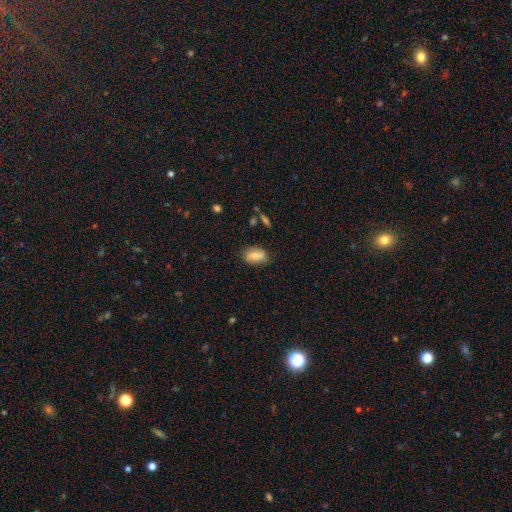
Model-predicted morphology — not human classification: Smooth or featured?
  - smooth: 68% *
  - featured or disk: 24%
  - star or artifact: 8%
How rounded?
  - in between: 87% *
  - round: 11%
  - cigar-shaped: 3%
Merging?
  - none: 74% *
  - minor disturbance: 19%
  - major disturbance: 4%
  - merger: 2%